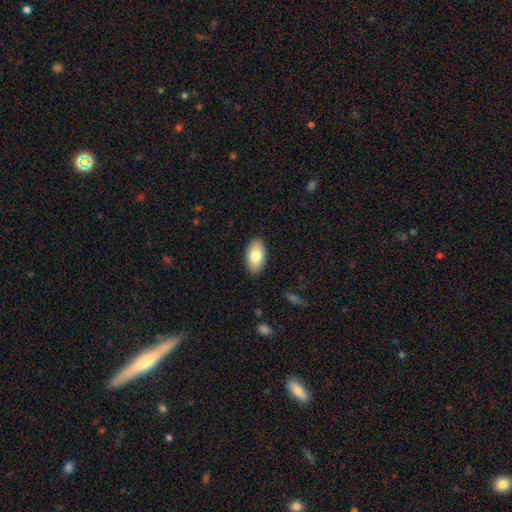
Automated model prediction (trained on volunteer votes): Smooth or featured?
  - smooth: 81% *
  - featured or disk: 12%
  - star or artifact: 6%
How rounded?
  - in between: 95% *
  - round: 3%
  - cigar-shaped: 2%
Merging?
  - none: 89% *
  - minor disturbance: 8%
  - major disturbance: 2%
  - merger: 1%